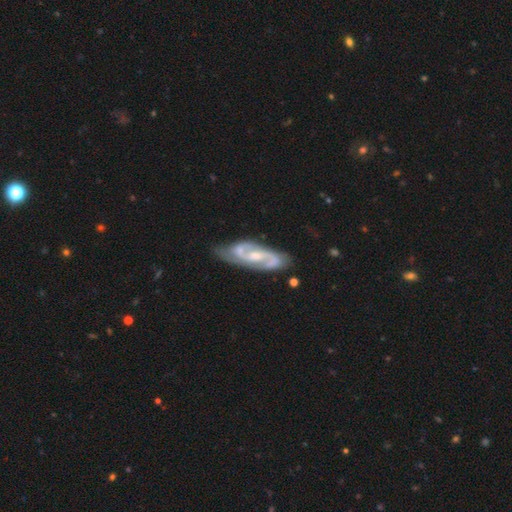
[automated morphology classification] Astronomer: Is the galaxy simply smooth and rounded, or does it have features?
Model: featured or disk — 87%.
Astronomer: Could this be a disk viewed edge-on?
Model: no — 91%.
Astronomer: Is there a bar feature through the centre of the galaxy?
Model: weak — 48% (runner-up: no, 33%).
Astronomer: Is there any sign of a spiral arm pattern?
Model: yes — 96%.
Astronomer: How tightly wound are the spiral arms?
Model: medium — 53% (runner-up: tight, 31%).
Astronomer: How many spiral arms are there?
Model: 2 — 87%.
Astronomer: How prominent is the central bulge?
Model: small — 46% (runner-up: moderate, 44%).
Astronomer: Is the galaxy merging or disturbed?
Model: none — 75%.